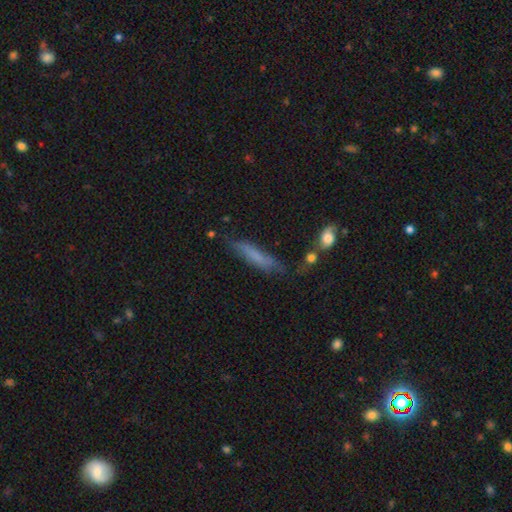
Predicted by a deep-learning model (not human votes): smooth-or-featured: smooth: 62% | featured or disk: 28% | star or artifact: 9%
  how-rounded: cigar-shaped: 82% | in between: 15% | round: 2%
  merging: none: 60% | minor disturbance: 25% | major disturbance: 9% | merger: 5%